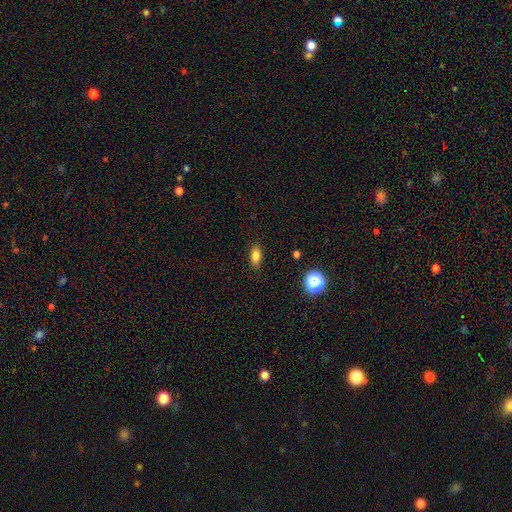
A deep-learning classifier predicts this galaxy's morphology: This is clearly a smooth galaxy (81%). How rounded: clearly in between (82%). Merging: clearly none (86%).